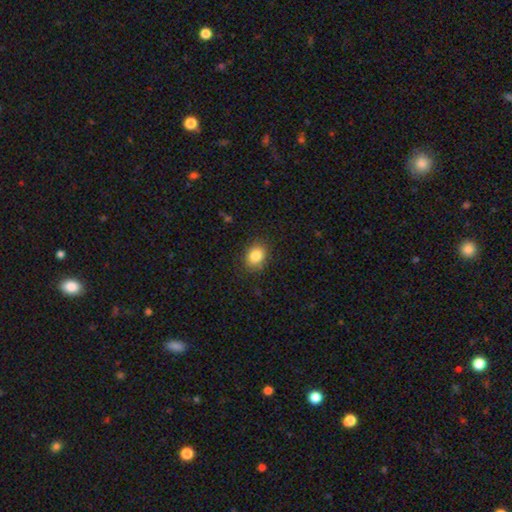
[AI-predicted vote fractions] A smooth galaxy with no disk features (85%) that is in between round and cigar-shaped (56%).

Vote fractions:
- Smooth or featured? smooth: 85% / star or artifact: 9% / featured or disk: 6%
- How rounded? in between: 56% / round: 43% / cigar-shaped: 1%
- Merging? none: 84% / minor disturbance: 12% / major disturbance: 3% / merger: 1%